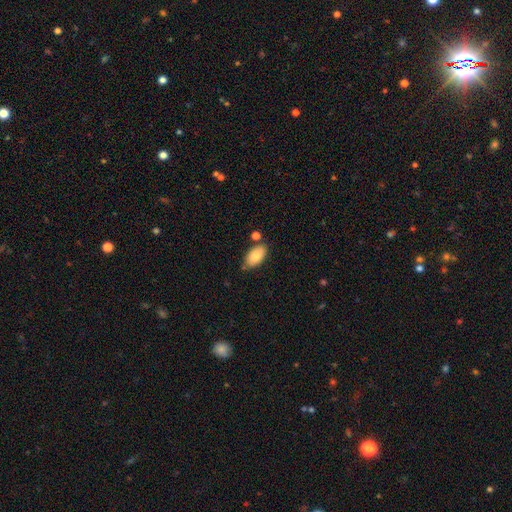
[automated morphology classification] Smooth or featured? Predicted: smooth (p=0.83). How rounded? Predicted: in between (p=0.94). Merging? Predicted: none (p=0.76).